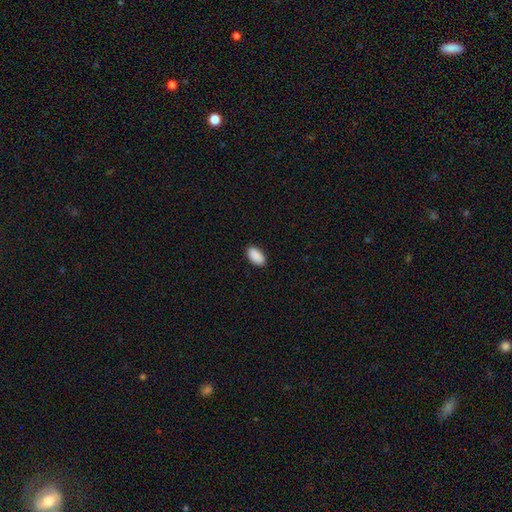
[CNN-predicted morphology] Q: Smooth or featured?
A: smooth (91%); runner-up: star or artifact (7%)
Q: How rounded?
A: in between (95%); runner-up: round (3%)
Q: Merging?
A: none (89%); runner-up: minor disturbance (8%)